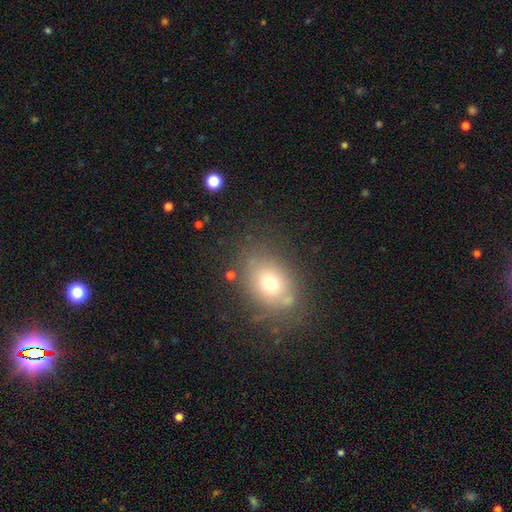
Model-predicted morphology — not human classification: This is likely a smooth galaxy (63%). How rounded: possibly in between (59%). Merging: likely none (72%).